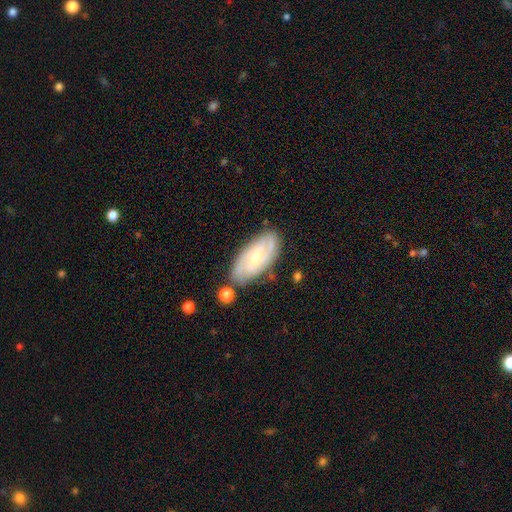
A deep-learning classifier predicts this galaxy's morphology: This is likely a featured or disk galaxy (71%). It is clearly not viewed edge-on (91%). Bar: marginally weak (42%). Spiral arm pattern: clearly yes (88%). Spiral arm count: marginally 2 (44%). Spiral winding: possibly tight (50%). Central bulge: possibly small (57%). Merging: likely none (76%).